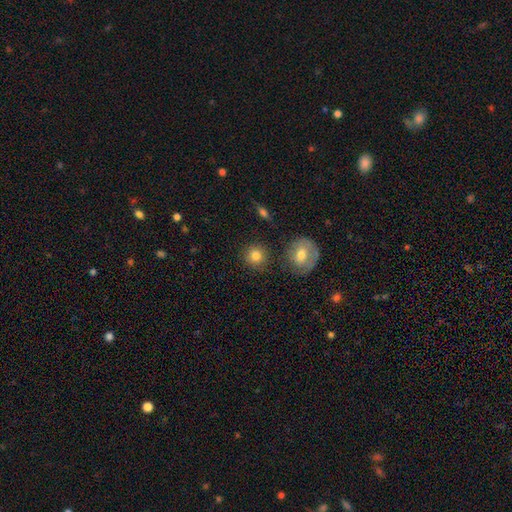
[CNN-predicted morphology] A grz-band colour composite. It shows a smooth galaxy with no disk features (83%) that is round (92%). Merging: none (84%).